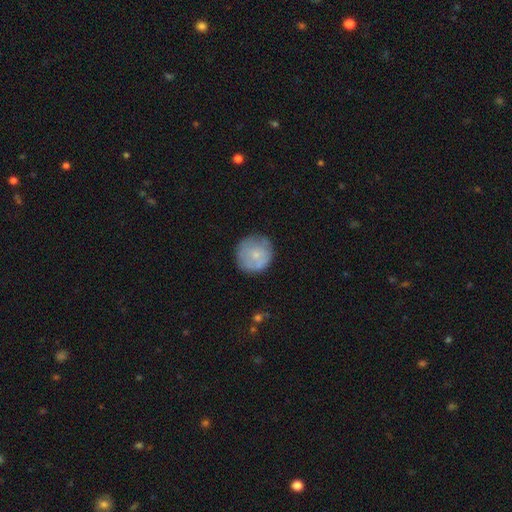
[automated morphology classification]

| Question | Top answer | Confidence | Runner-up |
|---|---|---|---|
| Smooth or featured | smooth | 65% | featured or disk (28%) |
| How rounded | round | 93% | in between (6%) |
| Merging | none | 74% | minor disturbance (19%) |